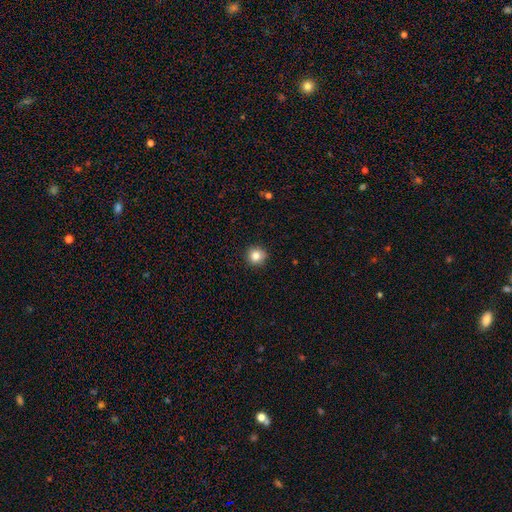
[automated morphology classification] Smooth or featured? smooth (83%)
How rounded? round (94%)
Merging? none (91%)